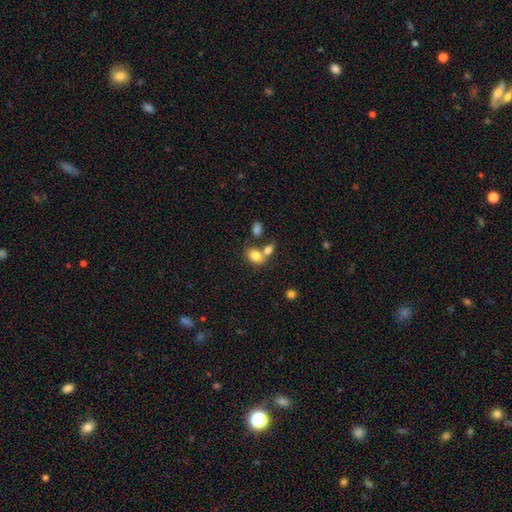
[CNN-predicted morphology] smooth-or-featured: smooth: 79% | featured or disk: 11% | star or artifact: 10%
  how-rounded: in between: 77% | round: 21% | cigar-shaped: 2%
  merging: merger: 42% (tied) | none: 42% (tied) | minor disturbance: 11% | major disturbance: 5%